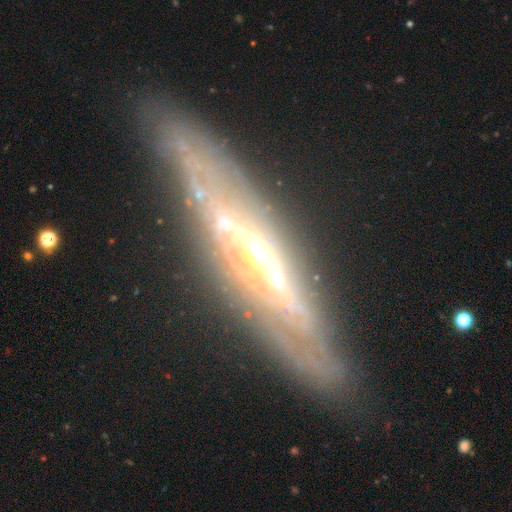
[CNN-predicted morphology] Smooth or featured? featured or disk (83%)
Edge-on disk? yes (72%)
Edge-on bulge? rounded (61%)
Merging? none (79%)